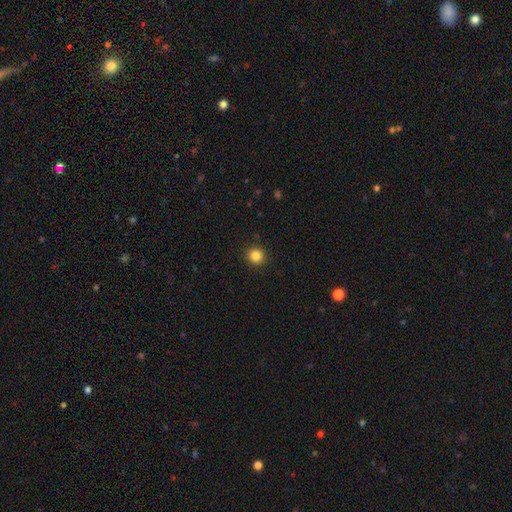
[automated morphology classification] Smooth or featured: smooth — 84% (star or artifact — 12%)
How rounded: round — 94% (in between — 5%)
Merging: none — 92% (minor disturbance — 5%)